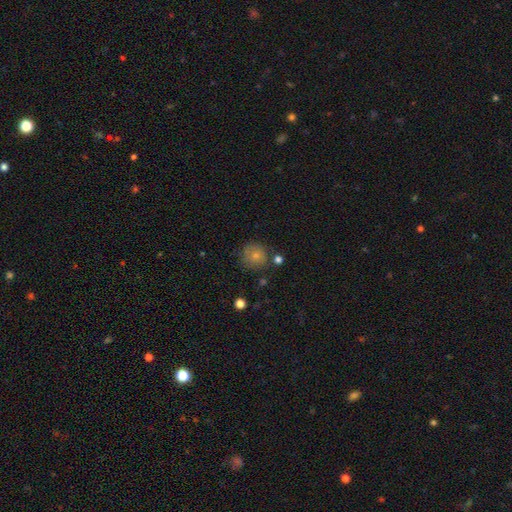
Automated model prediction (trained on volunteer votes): This appears to be a smooth galaxy with no disk features (76%) that is round (90%). Merging: none (73%).